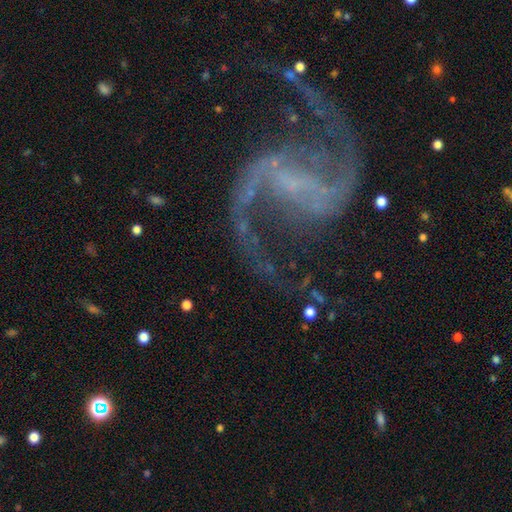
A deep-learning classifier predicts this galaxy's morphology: This is clearly a featured or disk galaxy (93%). It is clearly not viewed edge-on (98%). Bar: marginally weak (41%). Spiral arm pattern: clearly yes (98%). Spiral arm count: clearly 2 (95%). Spiral winding: possibly loose (52%). Central bulge: possibly none (53%). Merging: likely none (75%).